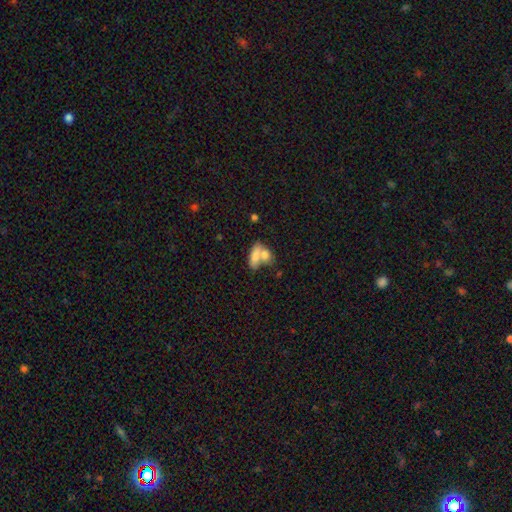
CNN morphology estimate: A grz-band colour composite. It shows a smooth galaxy with no disk features (76%) that is in between round and cigar-shaped (79%). Merging: merger (61%).